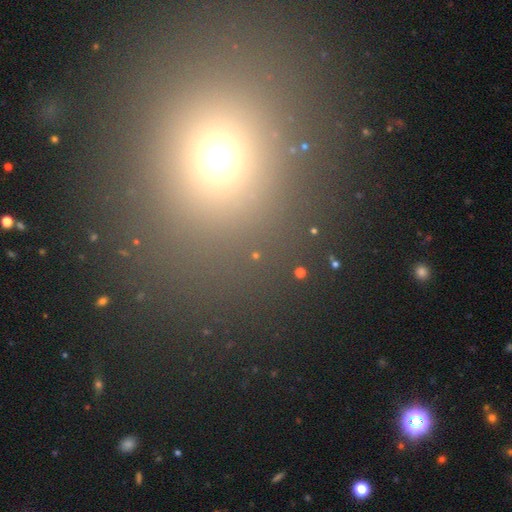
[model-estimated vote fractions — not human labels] A smooth galaxy with no disk features (54%) that is round (80%). Merging: none (84%).